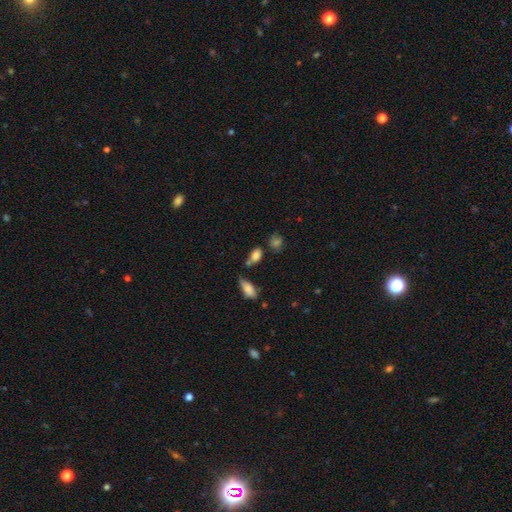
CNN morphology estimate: Q: Smooth or featured?
A: smooth (81%); runner-up: star or artifact (11%)
Q: How rounded?
A: in between (78%); runner-up: round (18%)
Q: Merging?
A: none (55%); runner-up: minor disturbance (21%)